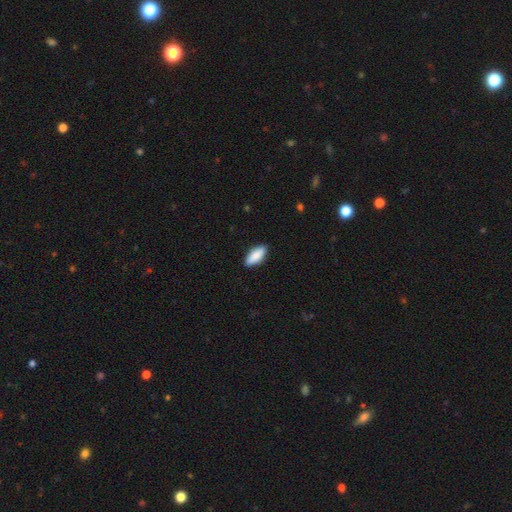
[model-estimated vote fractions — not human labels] Smooth or featured? Predicted: smooth (p=0.86). How rounded? Predicted: in between (p=0.80). Merging? Predicted: none (p=0.89).